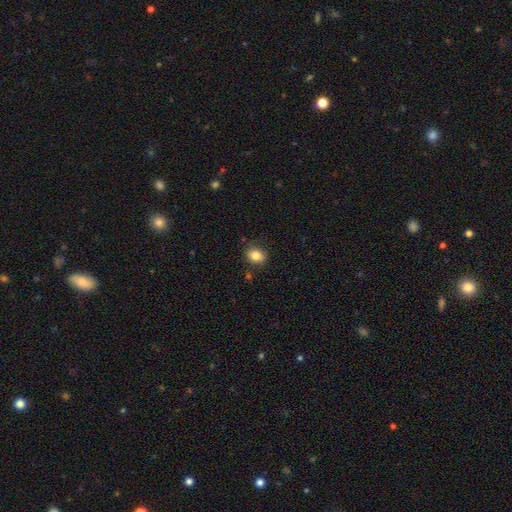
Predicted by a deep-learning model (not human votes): Smooth or featured? smooth (84%)
How rounded? in between (52%)
Merging? none (83%)